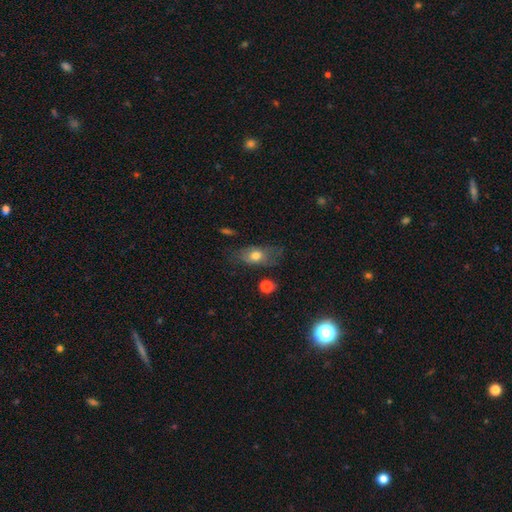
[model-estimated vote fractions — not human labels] Smooth or featured? Predicted: smooth (p=0.69). How rounded? Predicted: in between (p=0.79). Merging? Predicted: none (p=0.58).